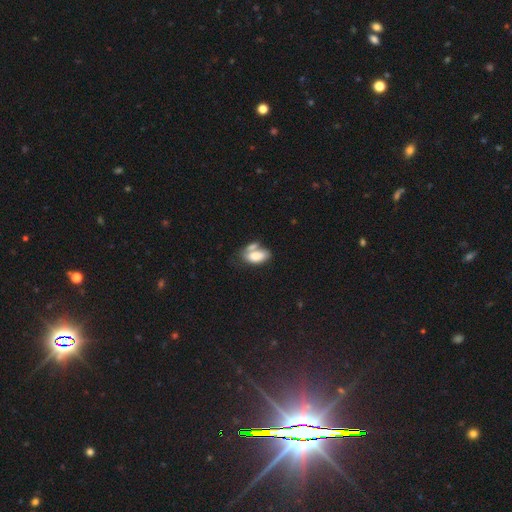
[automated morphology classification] Smooth or featured? smooth (76%)
How rounded? in between (91%)
Merging? merger (42%)